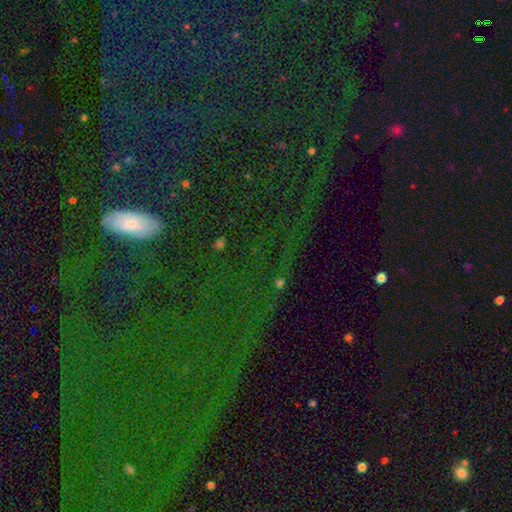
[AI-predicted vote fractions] The model was most divided on "smooth or featured": star or artifact: 62%, smooth: 24%, featured or disk: 14%.